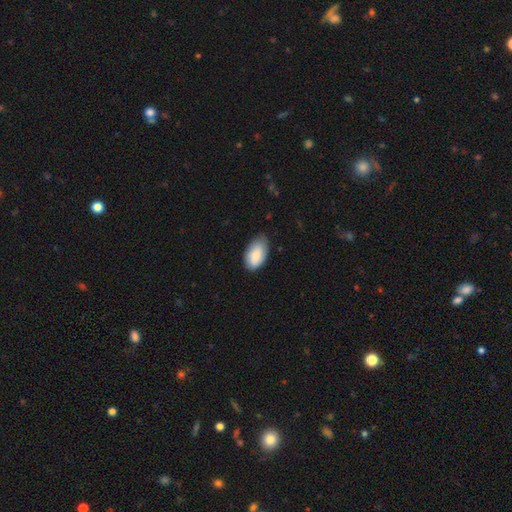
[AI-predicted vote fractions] Smooth or featured: smooth — 82% (featured or disk — 12%)
How rounded: in between — 95% (round — 3%)
Merging: none — 71% (minor disturbance — 25%)